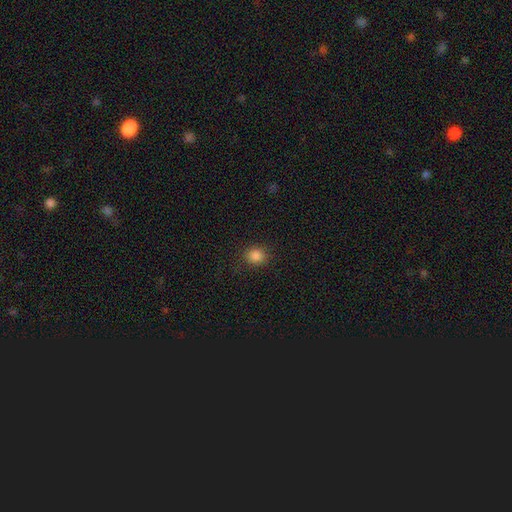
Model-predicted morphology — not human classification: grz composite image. It shows a smooth galaxy with no disk features (84%) that is round (82%). Merging: none (87%).